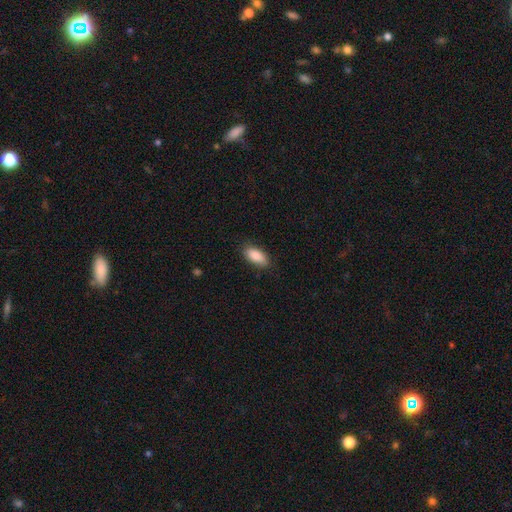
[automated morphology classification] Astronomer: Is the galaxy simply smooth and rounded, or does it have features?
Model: smooth — 87%.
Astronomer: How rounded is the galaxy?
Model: in between — 89%.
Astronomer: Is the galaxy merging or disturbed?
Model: none — 83%.